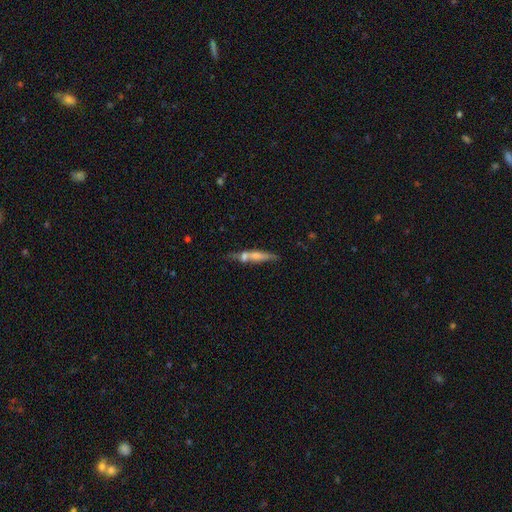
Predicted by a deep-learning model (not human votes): Smooth or featured?
  - featured or disk: 55% *
  - smooth: 34%
  - star or artifact: 11%
Edge-on disk?
  - yes: 87% *
  - no: 13%
Merging?
  - none: 65% *
  - merger: 16%
  - minor disturbance: 14%
  - major disturbance: 5%